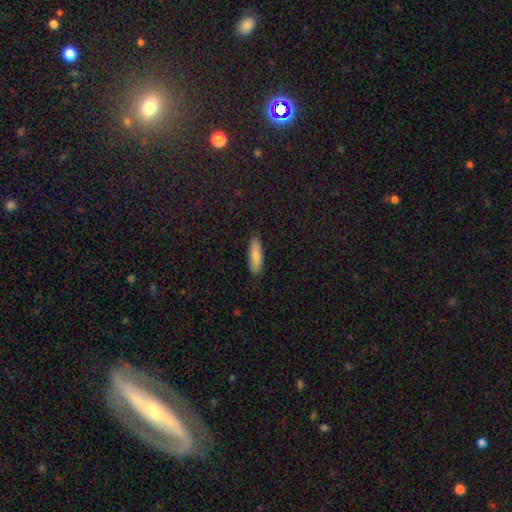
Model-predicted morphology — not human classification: smooth_or_featured: smooth (p=0.84) [alt: featured or disk p=0.10]
how_rounded: cigar-shaped (p=0.54) [alt: in between p=0.44]
merging: none (p=0.87) [alt: minor disturbance p=0.10]